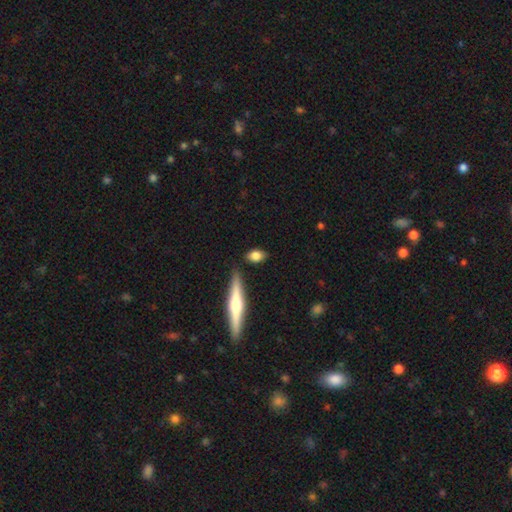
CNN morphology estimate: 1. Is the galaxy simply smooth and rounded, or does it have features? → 78% smooth, 15% featured or disk, 7% star or artifact.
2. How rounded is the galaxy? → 75% in between, 14% cigar-shaped, 11% round.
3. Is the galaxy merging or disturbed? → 79% none, 13% minor disturbance, 5% merger, 3% major disturbance.